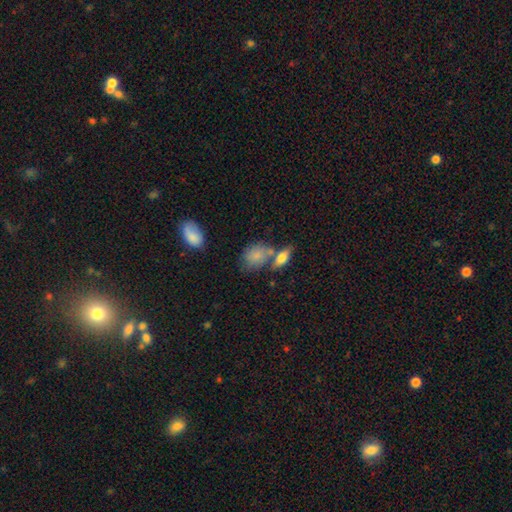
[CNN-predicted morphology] Smooth or featured?
  - smooth: 79% *
  - featured or disk: 13%
  - star or artifact: 8%
How rounded?
  - in between: 70% *
  - round: 28%
  - cigar-shaped: 3%
Merging?
  - none: 44% *
  - merger: 27%
  - minor disturbance: 20%
  - major disturbance: 8%